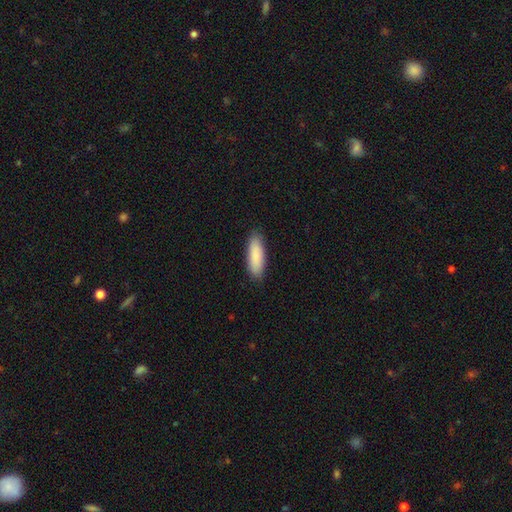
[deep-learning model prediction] smooth_or_featured: smooth (p=0.88) [alt: featured or disk p=0.06]
how_rounded: in between (p=0.52) [alt: cigar-shaped p=0.46]
merging: none (p=0.88) [alt: minor disturbance p=0.09]